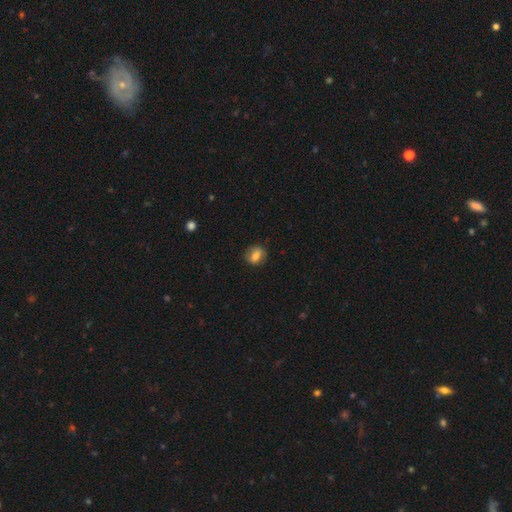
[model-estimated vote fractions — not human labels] Smooth or featured? smooth (73%)
How rounded? in between (51%)
Merging? none (77%)